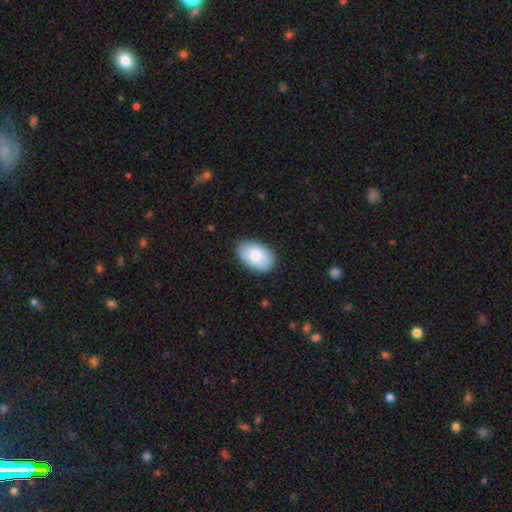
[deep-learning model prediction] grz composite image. It shows a smooth galaxy with no disk features (85%) that is in between round and cigar-shaped (92%). Merging: none (85%).